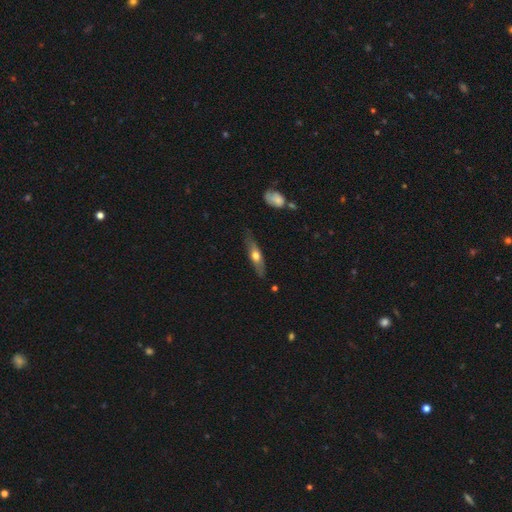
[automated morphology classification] type=featured or disk (50%); merging=none (80%).